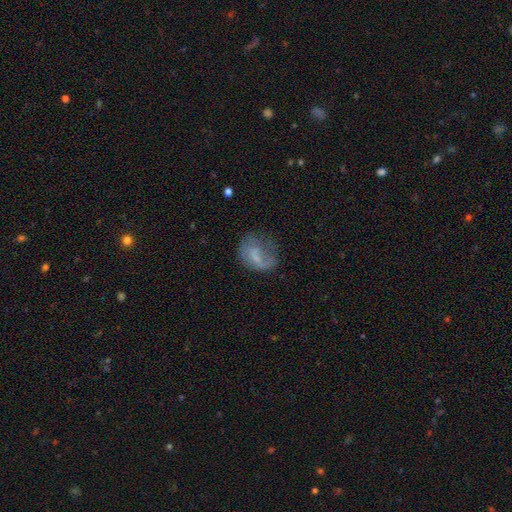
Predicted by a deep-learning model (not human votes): Smooth or featured? Predicted: smooth (p=0.47). Merging? Predicted: none (p=0.38).